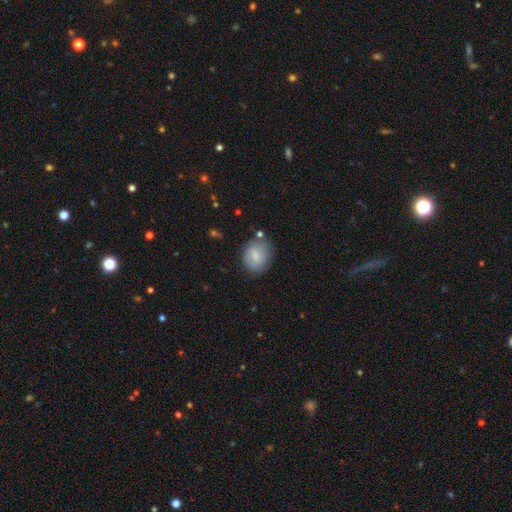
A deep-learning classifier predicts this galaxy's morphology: smooth_or_featured: smooth (p=0.70) [alt: featured or disk p=0.22]
how_rounded: round (p=0.58) [alt: in between p=0.40]
merging: none (p=0.72) [alt: minor disturbance p=0.19]